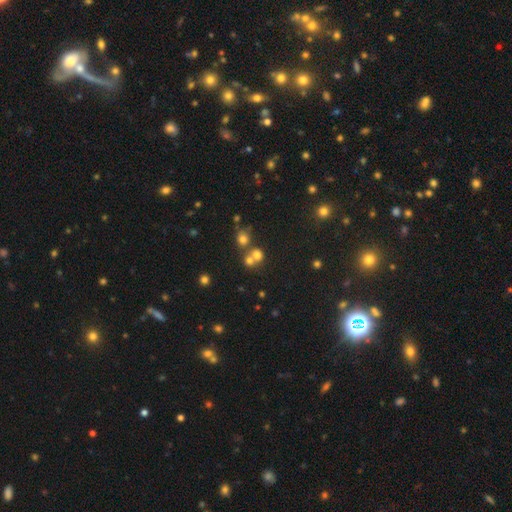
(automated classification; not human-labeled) The model was most divided on "merging": none: 49%, merger: 41%, minor disturbance: 7%, major disturbance: 4%. More confident: how rounded — round (84%); smooth or featured — smooth (67%).